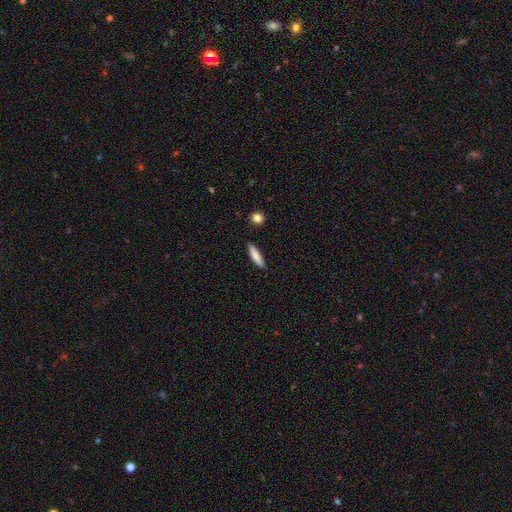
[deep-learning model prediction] Morphology: type=smooth (84%); roundness=cigar-shaped (77%); merging=none (88%).